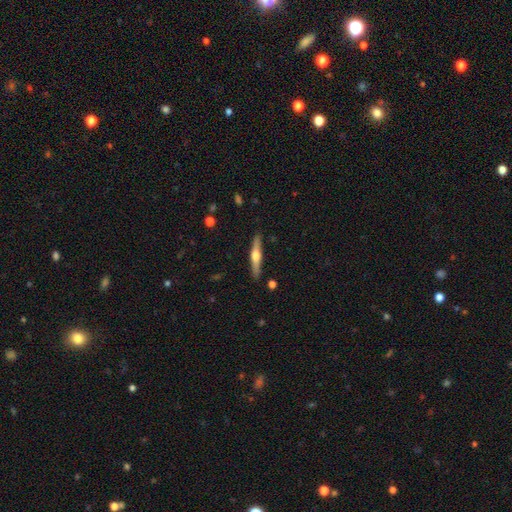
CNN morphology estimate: Smooth or featured: featured or disk — 64% (smooth — 30%)
Edge-on disk: yes — 97% (no — 3%)
Edge-on bulge: rounded — 93% (boxy — 4%)
Merging: none — 89% (minor disturbance — 8%)